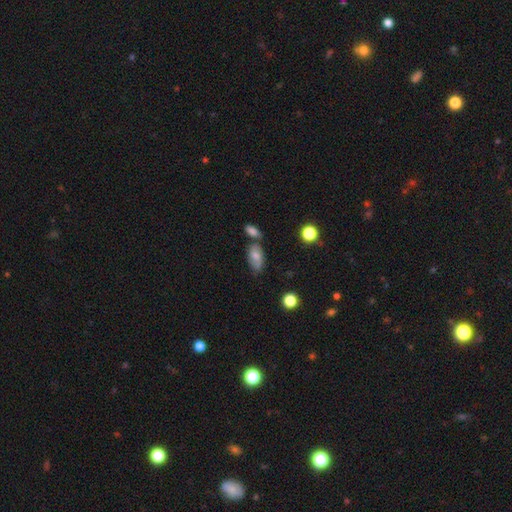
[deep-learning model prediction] Smooth or featured? smooth (58%)
How rounded? in between (89%)
Merging? none (53%)